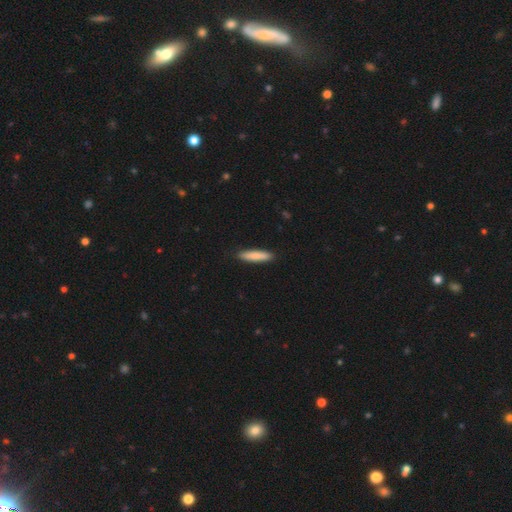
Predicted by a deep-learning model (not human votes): A smooth galaxy with no disk features (84%) that is cigar-shaped (84%).

Vote fractions:
- Smooth or featured? smooth: 84% / featured or disk: 11% / star or artifact: 5%
- How rounded? cigar-shaped: 84% / in between: 15% / round: 1%
- Merging? none: 90% / minor disturbance: 8% / major disturbance: 1% / merger: 1%